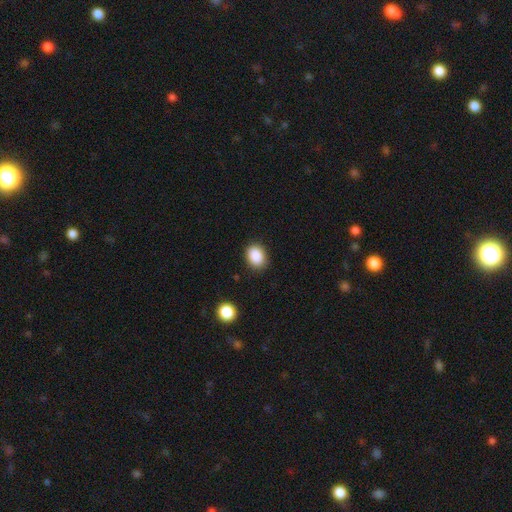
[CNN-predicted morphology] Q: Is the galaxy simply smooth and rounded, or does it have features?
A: smooth — 88%.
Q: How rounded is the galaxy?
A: in between — 59%.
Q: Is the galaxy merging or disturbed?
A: none — 87%.